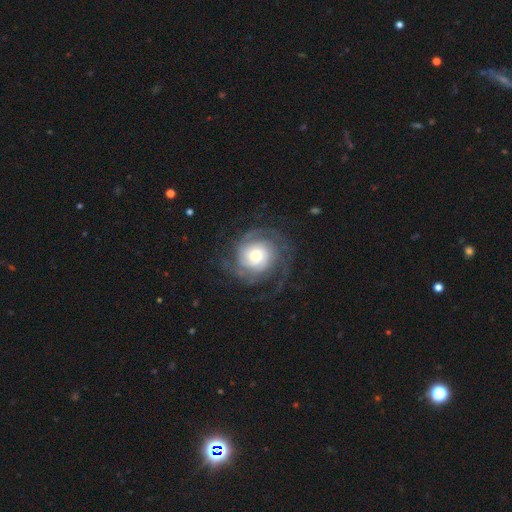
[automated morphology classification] featured or disk 83%, smooth 11%, star or artifact 6%. Down the decision tree: edge-on disk — no (98%); bar — no (76%); spiral arms — yes (96%); spiral arm count — can't tell (26%); spiral winding — tight (60%); bulge size — moderate (50%); merging — none (71%).